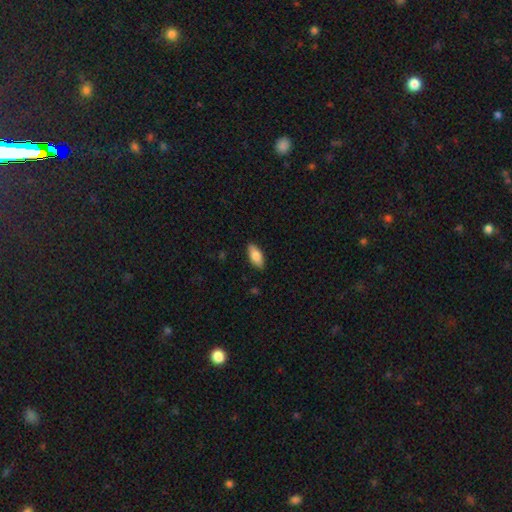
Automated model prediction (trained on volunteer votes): This is clearly a smooth galaxy (82%). How rounded: clearly in between (86%). Merging: clearly none (87%).